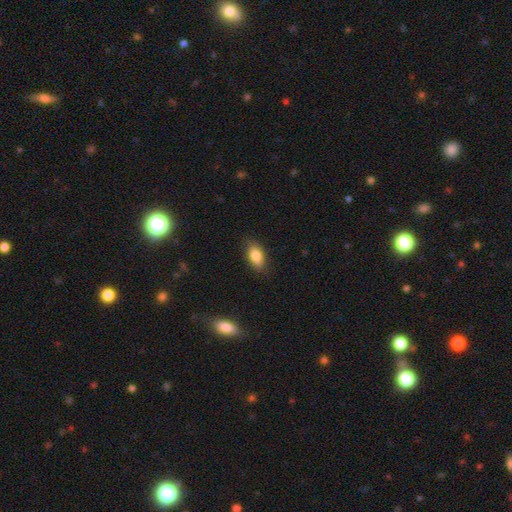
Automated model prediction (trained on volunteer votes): smooth-or-featured: smooth: 82% | featured or disk: 10% | star or artifact: 8%
  how-rounded: in between: 89% | round: 6% | cigar-shaped: 4%
  merging: none: 81% | minor disturbance: 14% | major disturbance: 3% | merger: 1%